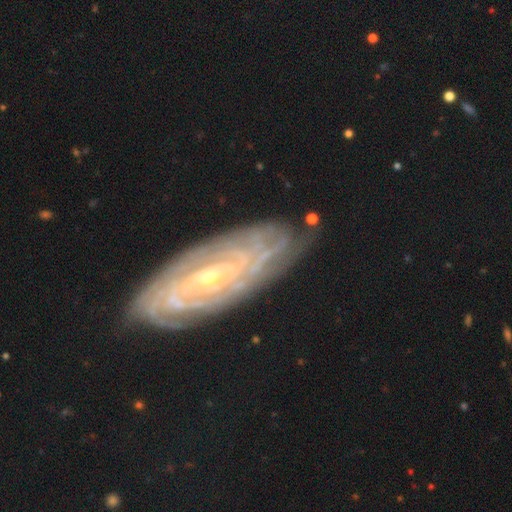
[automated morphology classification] Smooth or featured? Predicted: featured or disk (p=0.89). Edge-on disk? Predicted: no (p=0.91). Bar? Predicted: no (p=0.47). Spiral arms? Predicted: yes (p=0.97). Spiral winding? Predicted: tight (p=0.83). Spiral arm count? Predicted: can't tell (p=0.34). Bulge size? Predicted: small (p=0.73). Merging? Predicted: none (p=0.81).